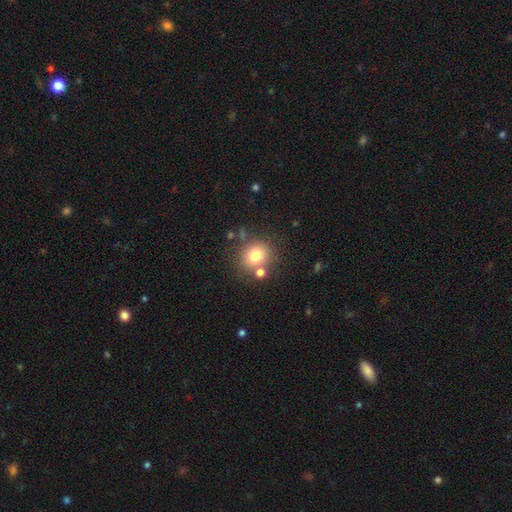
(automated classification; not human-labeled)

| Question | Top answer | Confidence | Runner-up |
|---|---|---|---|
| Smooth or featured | smooth | 76% | star or artifact (12%) |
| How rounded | round | 83% | in between (16%) |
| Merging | none | 70% | merger (16%) |